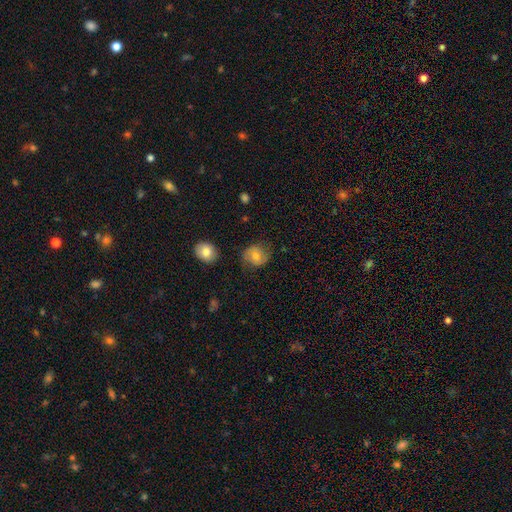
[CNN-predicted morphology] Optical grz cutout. It shows a smooth galaxy with no disk features (53%) that is round (75%). Merging: none (76%).